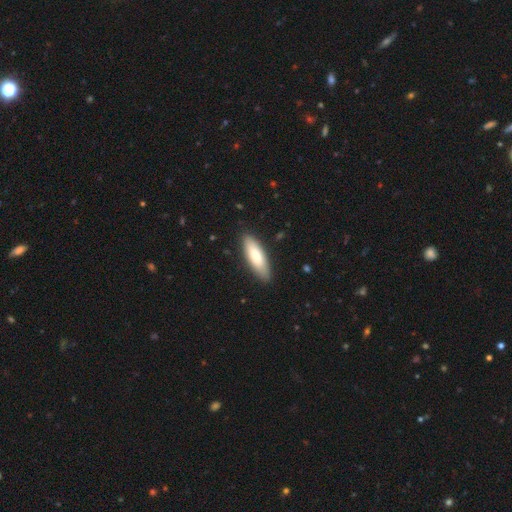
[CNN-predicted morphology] A smooth galaxy with no disk features (79%) that is in between round and cigar-shaped (52%).

Vote fractions:
- Smooth or featured? smooth: 79% / featured or disk: 16% / star or artifact: 5%
- How rounded? in between: 52% / cigar-shaped: 47% / round: 2%
- Merging? none: 87% / minor disturbance: 10% / major disturbance: 2% / merger: 1%